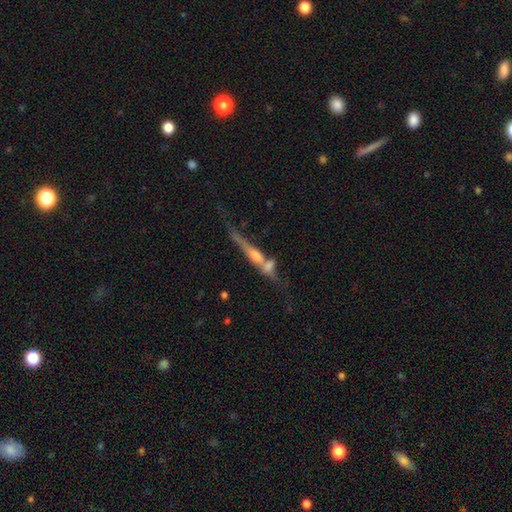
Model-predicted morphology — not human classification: Smooth or featured?
  - featured or disk: 68% *
  - smooth: 22%
  - star or artifact: 10%
Edge-on disk?
  - yes: 82% *
  - no: 18%
Edge-on bulge?
  - rounded: 75% *
  - boxy: 13%
  - none: 12%
Merging?
  - merger: 42% *
  - none: 32%
  - minor disturbance: 14%
  - major disturbance: 13%